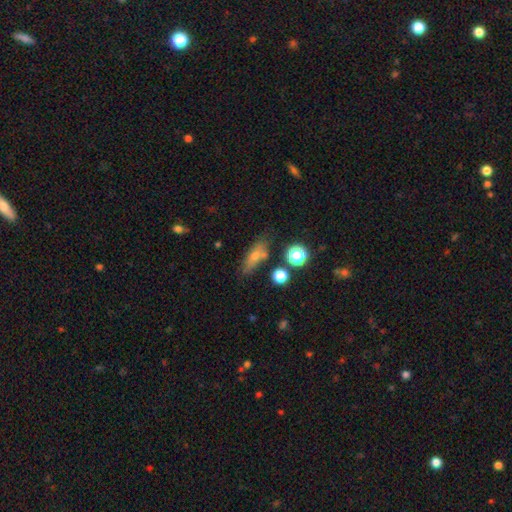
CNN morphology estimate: smooth_or_featured: smooth (p=0.67) [alt: featured or disk p=0.21]
how_rounded: in between (p=0.57) [alt: cigar-shaped p=0.33]
merging: none (p=0.61) [alt: minor disturbance p=0.20]